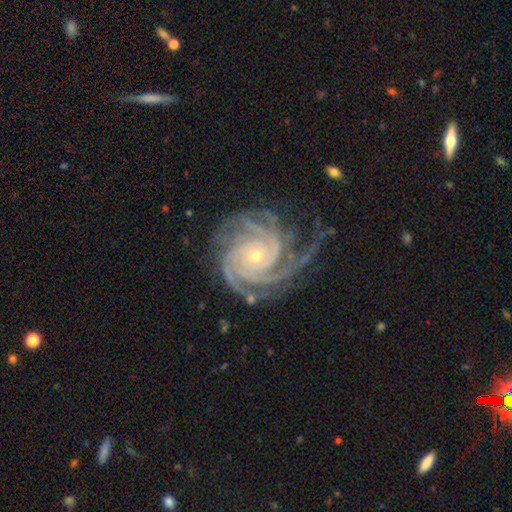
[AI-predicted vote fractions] smooth_or_featured: featured or disk (p=0.93) [alt: star or artifact p=0.05]
disk_edge_on: no (p=0.98) [alt: yes p=0.02]
bar: no (p=0.75) [alt: weak p=0.16]
has_spiral_arms: yes (p=0.99) [alt: no p=0.01]
spiral_winding: tight (p=0.77) [alt: medium p=0.21]
spiral_arm_count: 4 (p=0.41) [alt: 3 p=0.19]
bulge_size: small (p=0.74) [alt: moderate p=0.22]
merging: none (p=0.70) [alt: minor disturbance p=0.18]